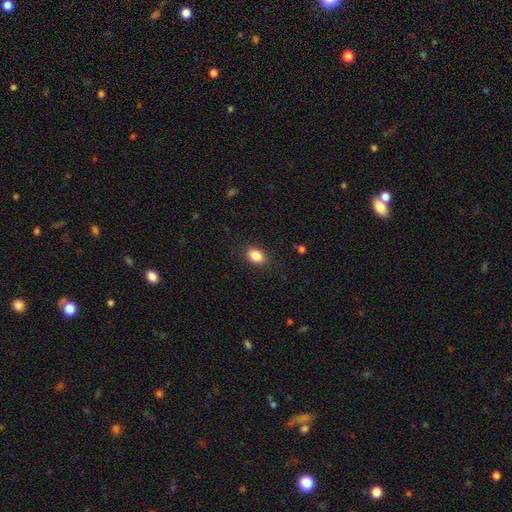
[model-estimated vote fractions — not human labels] Smooth or featured?
  - smooth: 86% *
  - star or artifact: 9%
  - featured or disk: 5%
How rounded?
  - in between: 76% *
  - round: 23%
  - cigar-shaped: 1%
Merging?
  - none: 86% *
  - minor disturbance: 10%
  - major disturbance: 3%
  - merger: 1%